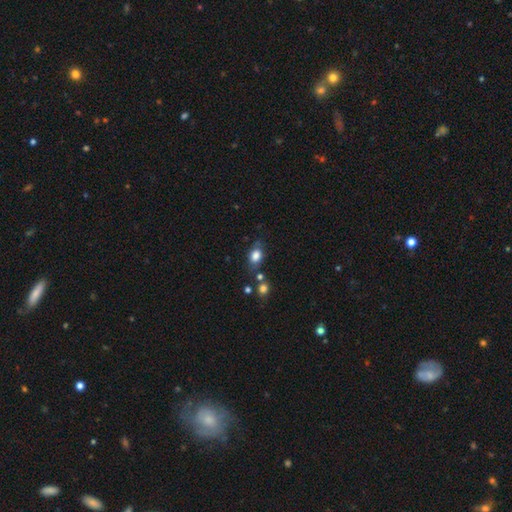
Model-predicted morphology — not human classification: smooth_or_featured: smooth (p=0.80) [alt: star or artifact p=0.10]
how_rounded: in between (p=0.71) [alt: round p=0.27]
merging: none (p=0.64) [alt: minor disturbance p=0.20]